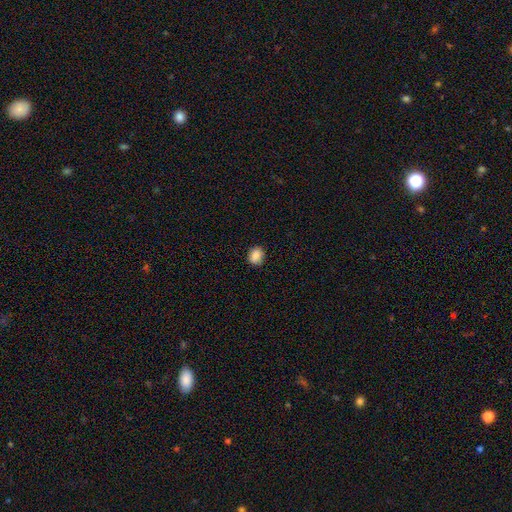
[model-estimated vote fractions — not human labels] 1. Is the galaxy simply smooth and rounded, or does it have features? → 88% smooth, 9% star or artifact, 3% featured or disk.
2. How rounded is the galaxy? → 56% round, 43% in between, 1% cigar-shaped.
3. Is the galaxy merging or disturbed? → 87% none, 10% minor disturbance, 2% major disturbance, 1% merger.